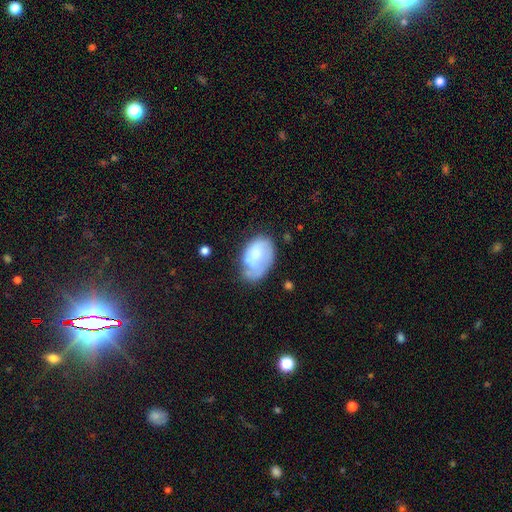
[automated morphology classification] This is possibly a smooth galaxy (51%). How rounded: clearly in between (87%). Merging: marginally none (43%).